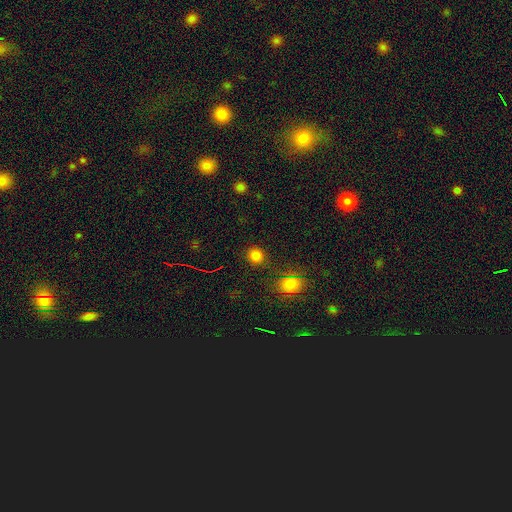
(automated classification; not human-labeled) Smooth or featured?
  - smooth: 80% *
  - star or artifact: 16%
  - featured or disk: 4%
How rounded?
  - round: 88% *
  - in between: 11%
  - cigar-shaped: 1%
Merging?
  - none: 86% *
  - minor disturbance: 7%
  - merger: 4%
  - major disturbance: 3%